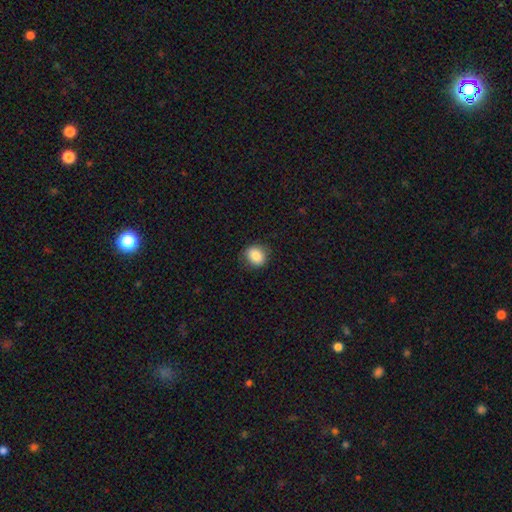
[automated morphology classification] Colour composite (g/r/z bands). It shows a smooth galaxy with no disk features (85%) that is round (68%). Merging: none (84%).